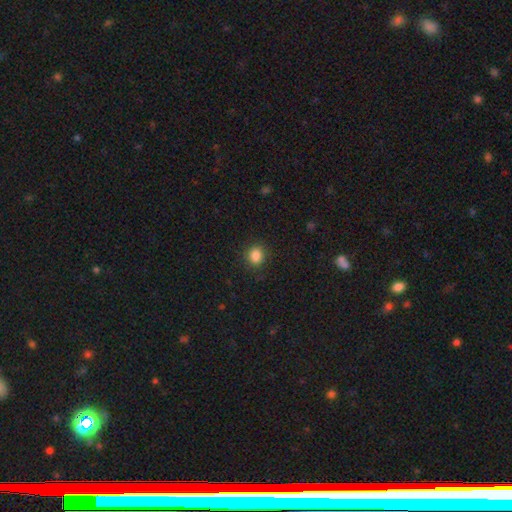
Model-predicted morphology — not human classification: Smooth or featured? Predicted: smooth (p=0.85). How rounded? Predicted: round (p=0.66). Merging? Predicted: none (p=0.86).